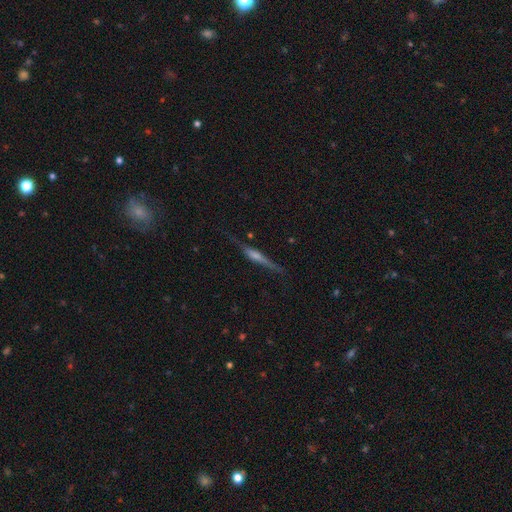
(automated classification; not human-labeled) Q: Smooth or featured?
A: featured or disk (61%); runner-up: smooth (31%)
Q: Edge-on disk?
A: yes (95%); runner-up: no (5%)
Q: Edge-on bulge?
A: rounded (49%); runner-up: boxy (29%)
Q: Merging?
A: none (74%); runner-up: minor disturbance (18%)